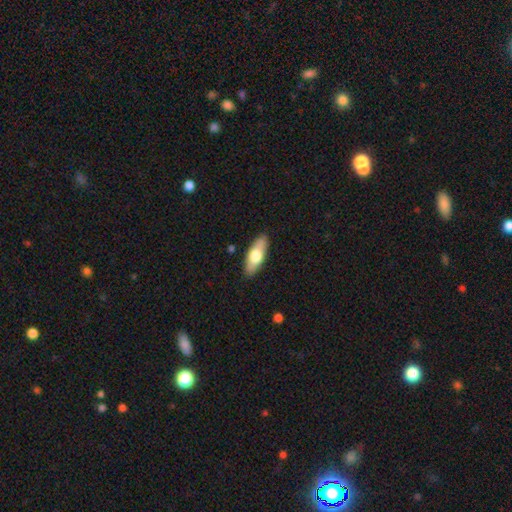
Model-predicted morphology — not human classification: smooth-or-featured: smooth: 65% | featured or disk: 30% | star or artifact: 5%
  how-rounded: in between: 69% | cigar-shaped: 28% | round: 2%
  merging: none: 88% | minor disturbance: 9% | major disturbance: 2% | merger: 1%